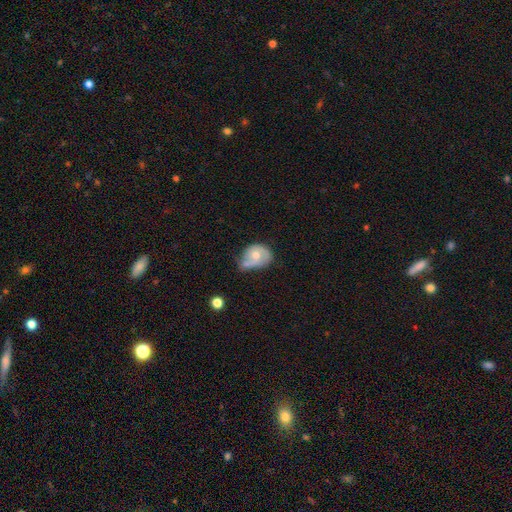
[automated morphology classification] This appears to be a smooth galaxy with no disk features (48%). Merging: minor disturbance (35%).